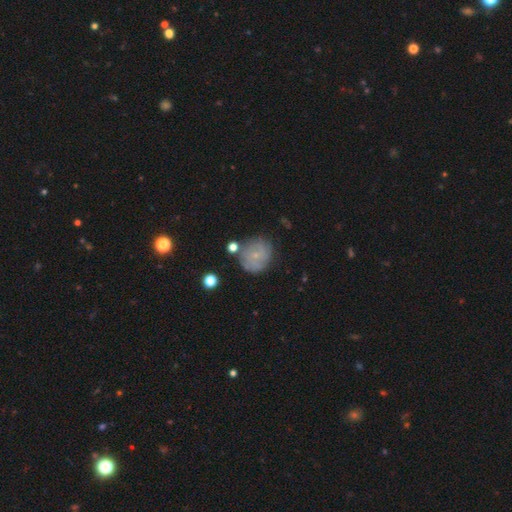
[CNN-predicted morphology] Smooth or featured? featured or disk (55%)
Edge-on disk? no (98%)
Bar? no (79%)
Spiral arms? yes (79%)
Bulge size? small (83%)
Merging? none (71%)